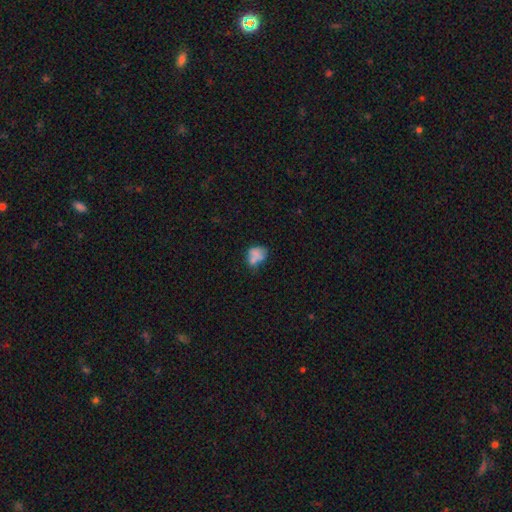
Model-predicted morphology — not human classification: The model was most divided on "merging": none: 34%, merger: 26%, minor disturbance: 25%, major disturbance: 16%. More confident: smooth or featured — smooth (65%); how rounded — in between (62%).